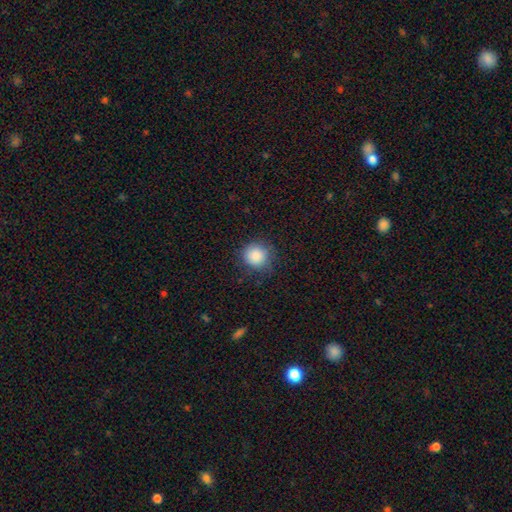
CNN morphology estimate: Smooth or featured: smooth — 87% (star or artifact — 9%)
How rounded: round — 92% (in between — 8%)
Merging: none — 79% (minor disturbance — 15%)